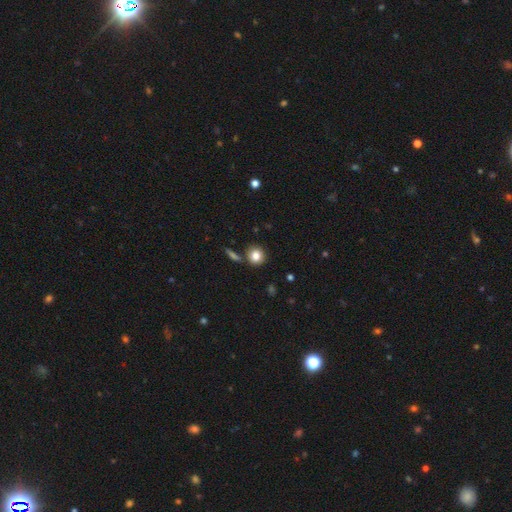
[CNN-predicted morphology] Smooth or featured: smooth — 82% (star or artifact — 10%)
How rounded: round — 89% (in between — 10%)
Merging: none — 80% (merger — 9%)